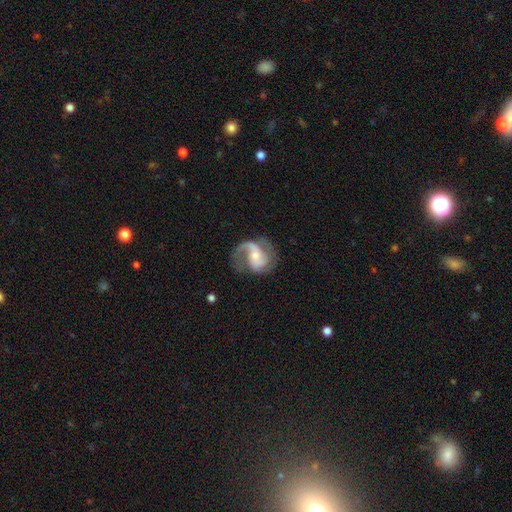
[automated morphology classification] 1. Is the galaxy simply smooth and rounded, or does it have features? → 83% featured or disk, 11% smooth, 5% star or artifact.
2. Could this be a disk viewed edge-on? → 98% no, 2% yes.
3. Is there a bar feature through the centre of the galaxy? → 46% no, 39% weak, 15% strong.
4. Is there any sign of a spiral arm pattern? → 95% yes, 5% no.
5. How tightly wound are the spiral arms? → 46% medium, 39% loose, 15% tight.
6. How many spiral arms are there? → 61% 2, 23% 1, 7% 3, 6% can't tell, 2% 4, 2% more than 4.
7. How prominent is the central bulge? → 50% small, 41% moderate, 4% large, 3% none, 1% dominant.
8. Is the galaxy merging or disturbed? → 56% none, 22% major disturbance, 20% minor disturbance, 2% merger.